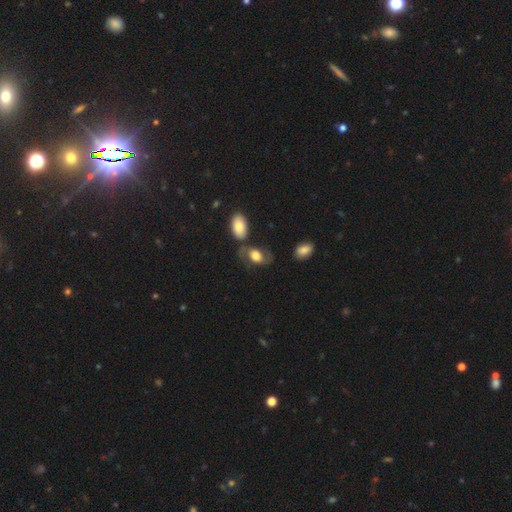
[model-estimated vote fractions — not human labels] Smooth or featured: smooth — 49% (featured or disk — 44%)
Merging: none — 55% (minor disturbance — 19%)